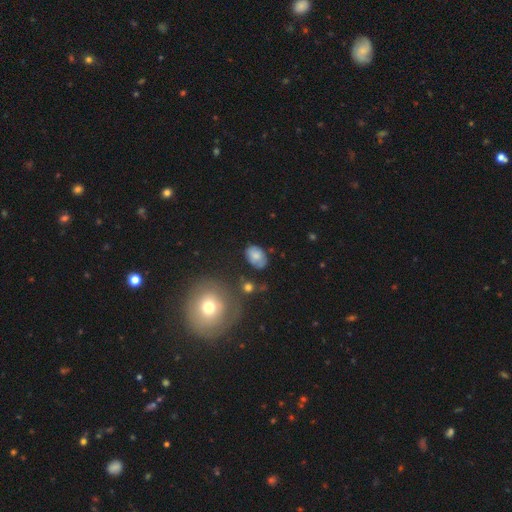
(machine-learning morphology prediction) Smooth or featured?
  - smooth: 70% *
  - featured or disk: 21%
  - star or artifact: 9%
How rounded?
  - in between: 84% *
  - round: 15%
  - cigar-shaped: 1%
Merging?
  - none: 69% *
  - minor disturbance: 21%
  - major disturbance: 6%
  - merger: 4%